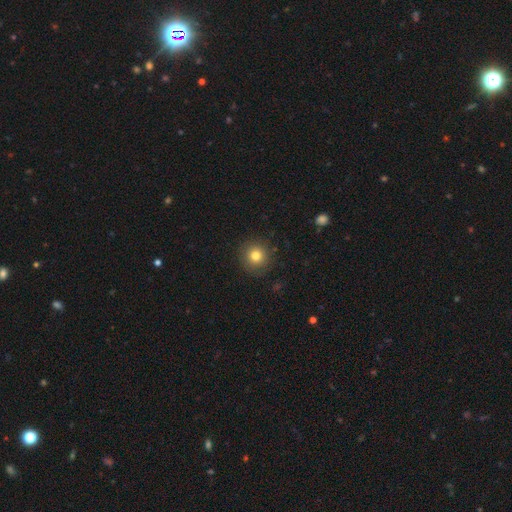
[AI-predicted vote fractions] Q: Smooth or featured?
A: smooth (80%); runner-up: star or artifact (12%)
Q: How rounded?
A: round (94%); runner-up: in between (5%)
Q: Merging?
A: none (89%); runner-up: minor disturbance (7%)